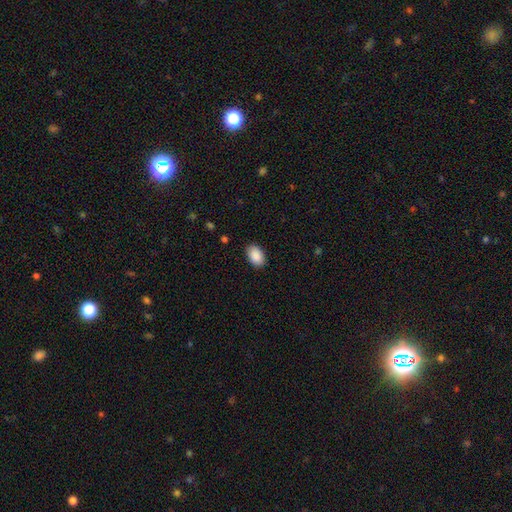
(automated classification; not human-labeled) smooth 90%, star or artifact 7%, featured or disk 3%. Down the decision tree: how rounded — in between (91%); merging — none (88%).